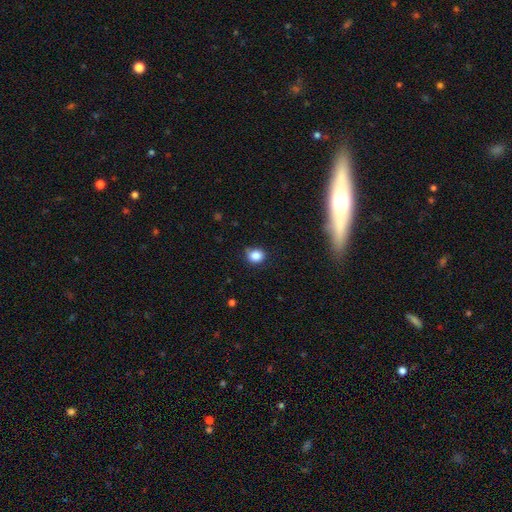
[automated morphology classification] Smooth or featured: smooth — 84% (star or artifact — 11%)
How rounded: round — 70% (in between — 29%)
Merging: none — 73% (minor disturbance — 21%)